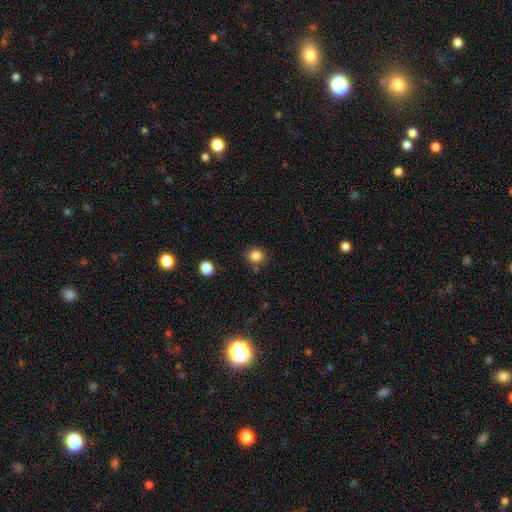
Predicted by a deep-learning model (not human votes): Smooth or featured? smooth (84%)
How rounded? round (80%)
Merging? none (78%)